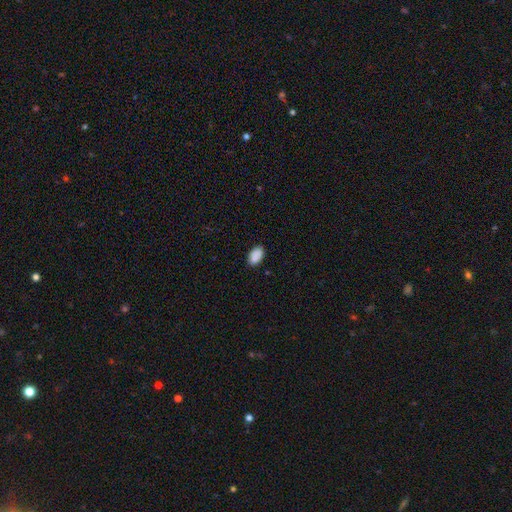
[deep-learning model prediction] smooth_or_featured: smooth (p=0.89) [alt: star or artifact p=0.07]
how_rounded: in between (p=0.92) [alt: round p=0.07]
merging: none (p=0.84) [alt: minor disturbance p=0.12]